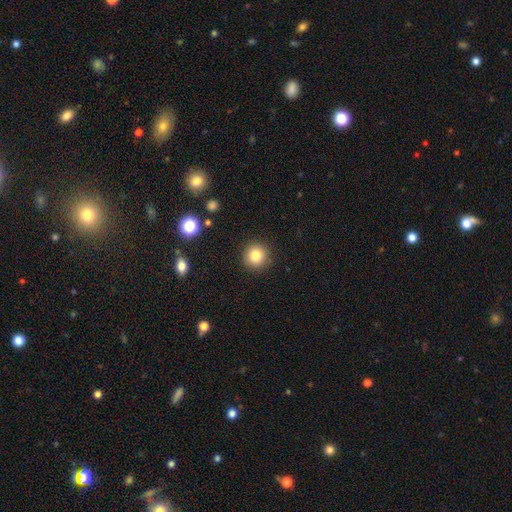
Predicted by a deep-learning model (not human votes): Overall: smooth (82%). How rounded: round (93%). Merging: none (90%).